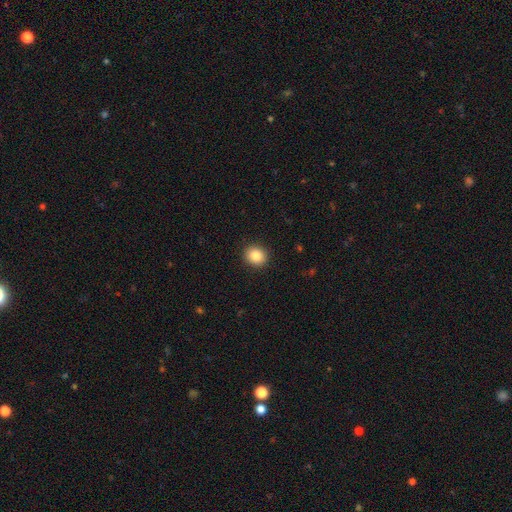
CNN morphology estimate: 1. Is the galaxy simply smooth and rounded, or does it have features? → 86% smooth, 9% star or artifact, 5% featured or disk.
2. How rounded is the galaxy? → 74% round, 25% in between, 1% cigar-shaped.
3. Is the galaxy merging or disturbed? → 91% none, 6% minor disturbance, 2% major disturbance, 1% merger.